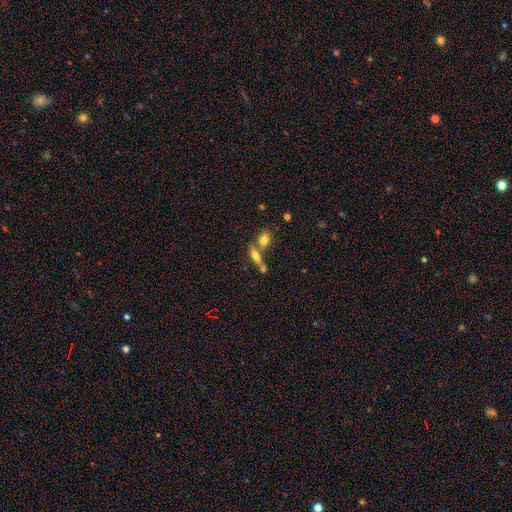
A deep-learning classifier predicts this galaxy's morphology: A smooth galaxy with no disk features (47%). Merging: none (51%).